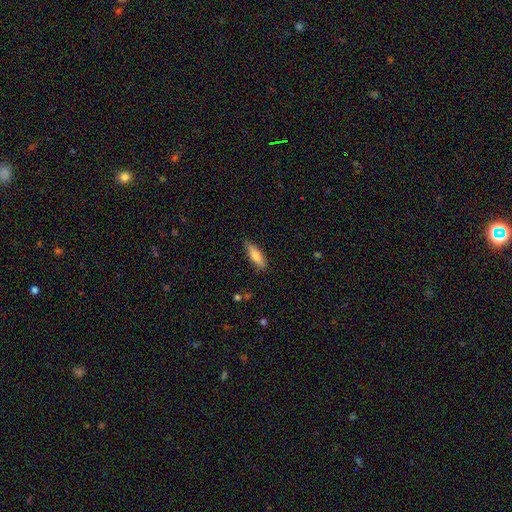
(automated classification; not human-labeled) A smooth galaxy with no disk features (76%) that is in between round and cigar-shaped (50%). Merging: none (82%).